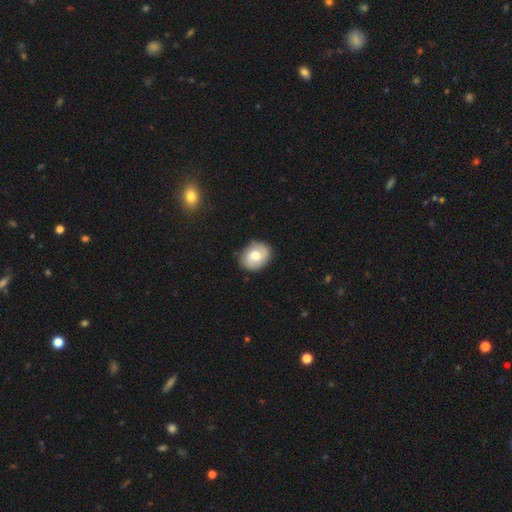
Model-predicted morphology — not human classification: The model was most divided on "how rounded": in between: 51%, round: 48%, cigar-shaped: 1%. More confident: merging — none (84%); smooth or featured — smooth (64%).